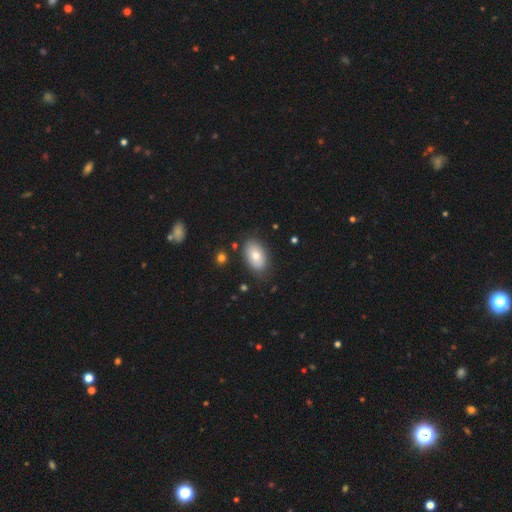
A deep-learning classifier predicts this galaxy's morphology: smooth_or_featured: smooth (p=0.75) [alt: featured or disk p=0.18]
how_rounded: in between (p=0.91) [alt: round p=0.08]
merging: none (p=0.82) [alt: minor disturbance p=0.13]